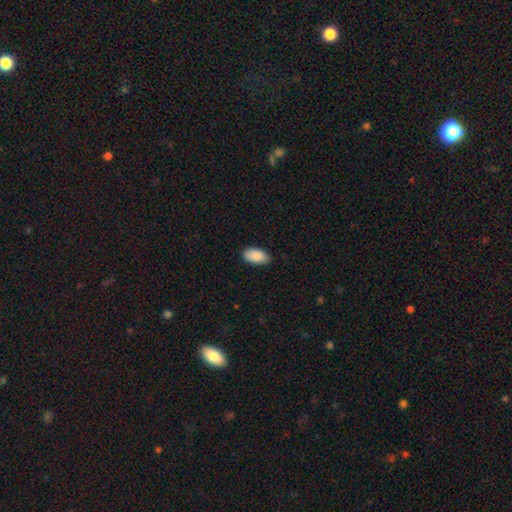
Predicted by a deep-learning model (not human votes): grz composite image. It shows a smooth galaxy with no disk features (90%) that is in between round and cigar-shaped (94%). Merging: none (84%).